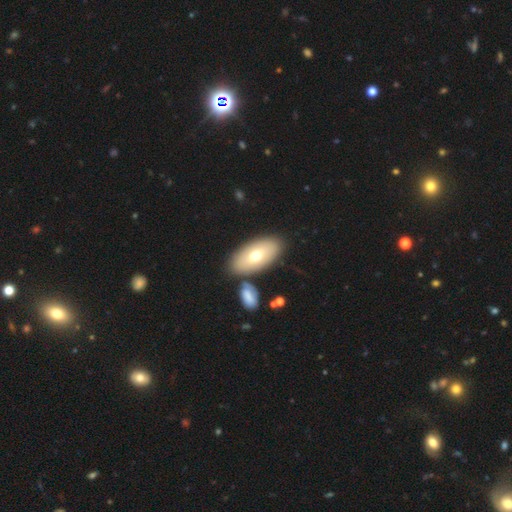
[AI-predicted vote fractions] Smooth or featured: smooth — 66% (featured or disk — 28%)
How rounded: in between — 92% (cigar-shaped — 5%)
Merging: none — 76% (merger — 11%)